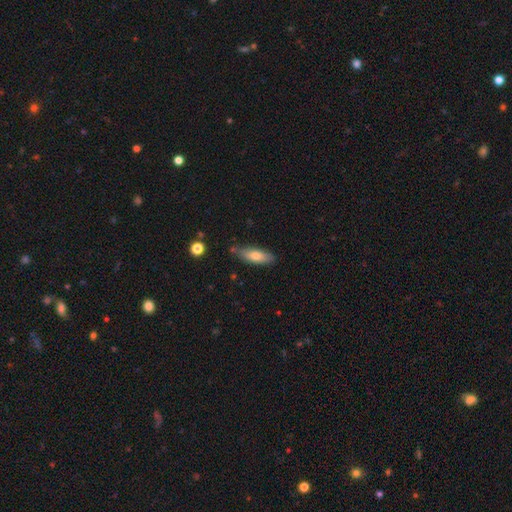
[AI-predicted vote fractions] A smooth galaxy with no disk features (73%) that is in between round and cigar-shaped (57%).

Vote fractions:
- Smooth or featured? smooth: 73% / featured or disk: 21% / star or artifact: 6%
- How rounded? in between: 57% / cigar-shaped: 41% / round: 2%
- Merging? none: 73% / minor disturbance: 20% / merger: 4% / major disturbance: 3%